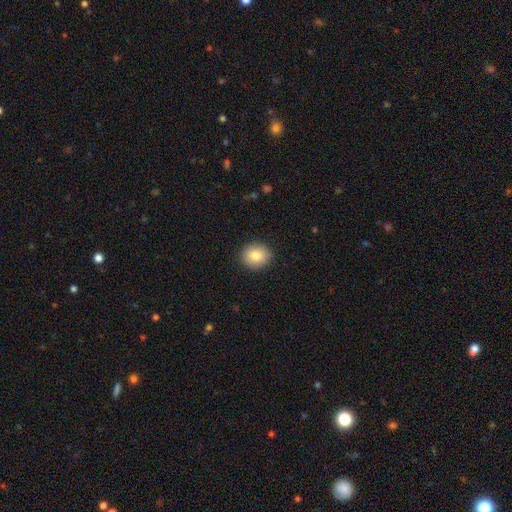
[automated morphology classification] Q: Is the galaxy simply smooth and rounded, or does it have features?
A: smooth — 82%.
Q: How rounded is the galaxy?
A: round — 76%.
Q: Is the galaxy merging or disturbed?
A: none — 90%.